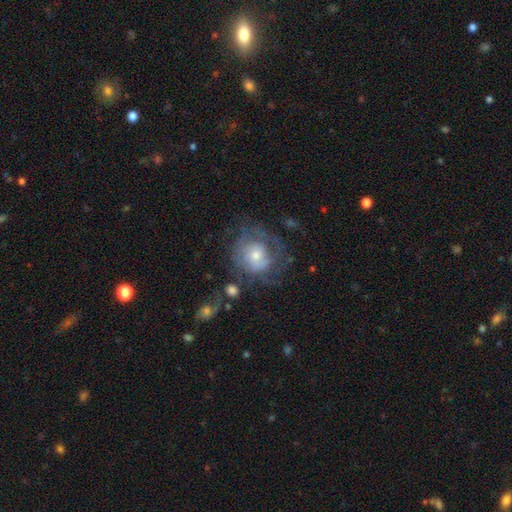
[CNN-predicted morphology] Q: Smooth or featured?
A: featured or disk (57%); runner-up: smooth (33%)
Q: Edge-on disk?
A: no (96%); runner-up: yes (4%)
Q: Bar?
A: no (78%); runner-up: weak (18%)
Q: Spiral arms?
A: yes (58%); runner-up: no (42%)
Q: Bulge size?
A: moderate (47%); runner-up: small (44%)
Q: Merging?
A: none (56%); runner-up: minor disturbance (21%)